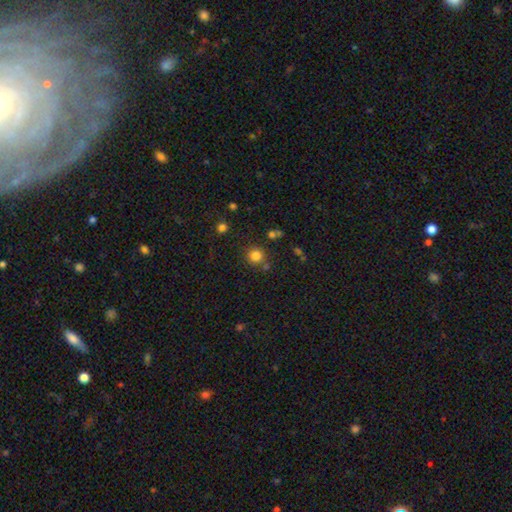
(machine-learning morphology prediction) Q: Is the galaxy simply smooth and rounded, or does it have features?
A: smooth — 81%.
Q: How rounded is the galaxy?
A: round — 92%.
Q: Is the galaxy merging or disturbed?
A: none — 77%.